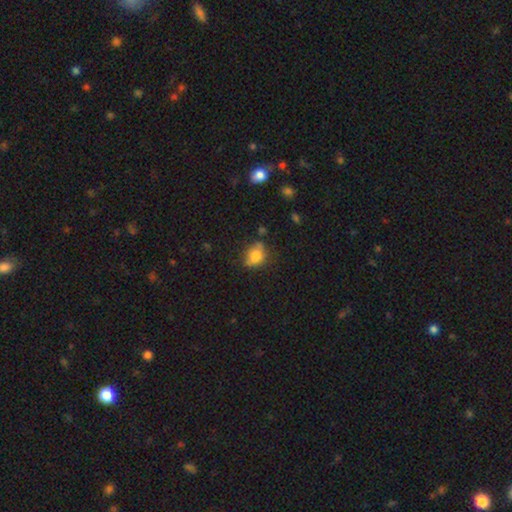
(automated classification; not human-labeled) smooth-or-featured: smooth: 74% | featured or disk: 15% | star or artifact: 11%
  how-rounded: in between: 63% | round: 36% | cigar-shaped: 2%
  merging: none: 55% | minor disturbance: 29% | major disturbance: 9% | merger: 7%